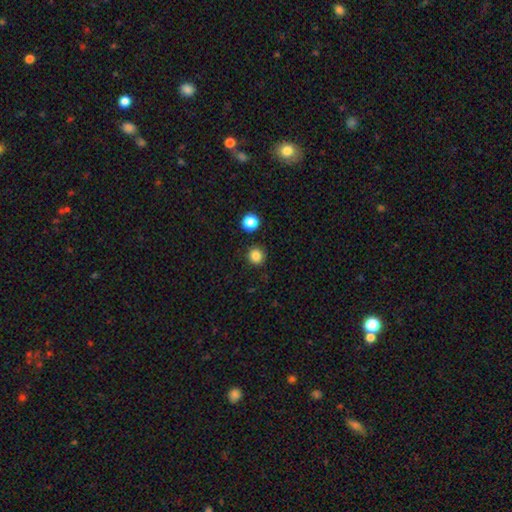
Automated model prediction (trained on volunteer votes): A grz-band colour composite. It shows a smooth galaxy with no disk features (85%) that is round (94%). Merging: none (91%).